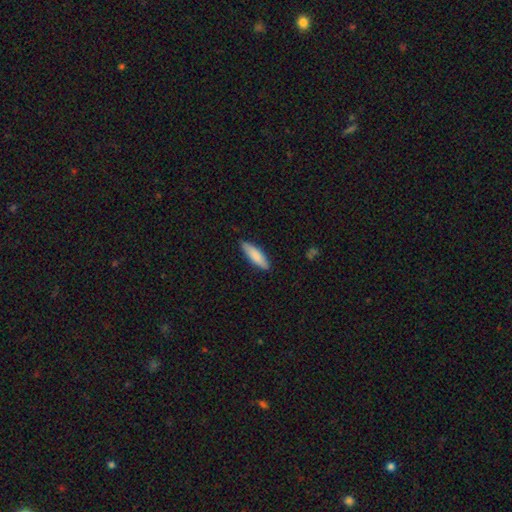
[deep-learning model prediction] Overall: smooth (82%). How rounded: cigar-shaped (64%; in between 34%). Merging: none (85%).